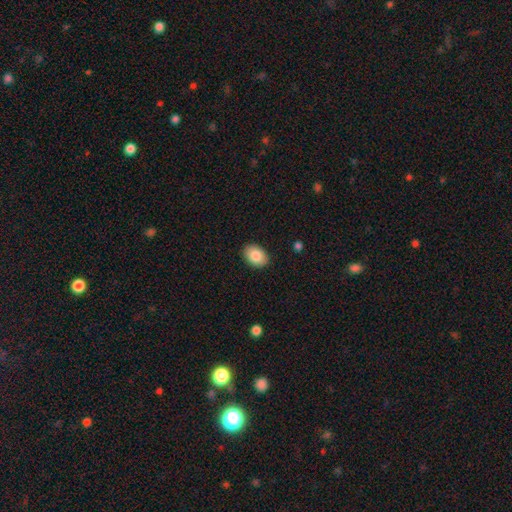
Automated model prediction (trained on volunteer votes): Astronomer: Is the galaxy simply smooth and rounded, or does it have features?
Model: smooth — 86%.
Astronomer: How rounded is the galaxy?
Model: in between — 82%.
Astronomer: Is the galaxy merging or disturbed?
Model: none — 90%.